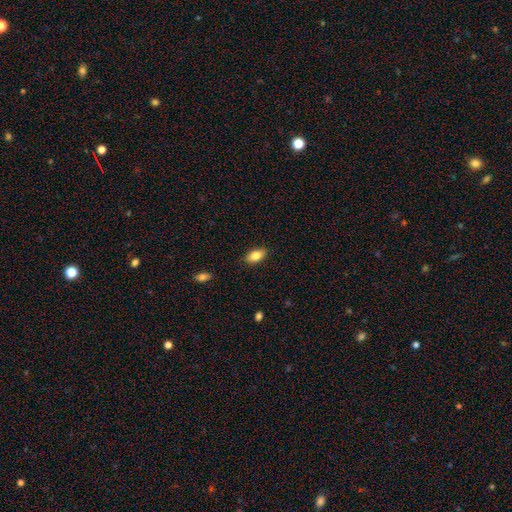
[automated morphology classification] This is clearly a smooth galaxy (82%). How rounded: clearly in between (90%). Merging: clearly none (87%).